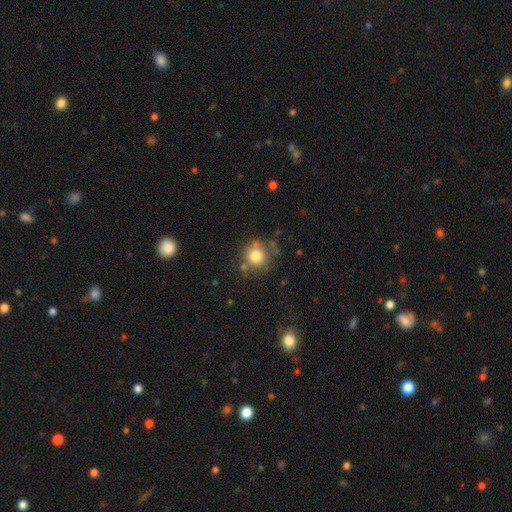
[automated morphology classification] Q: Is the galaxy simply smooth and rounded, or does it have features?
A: smooth — 78%.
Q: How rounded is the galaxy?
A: round — 88%.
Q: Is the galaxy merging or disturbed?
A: none — 69%.